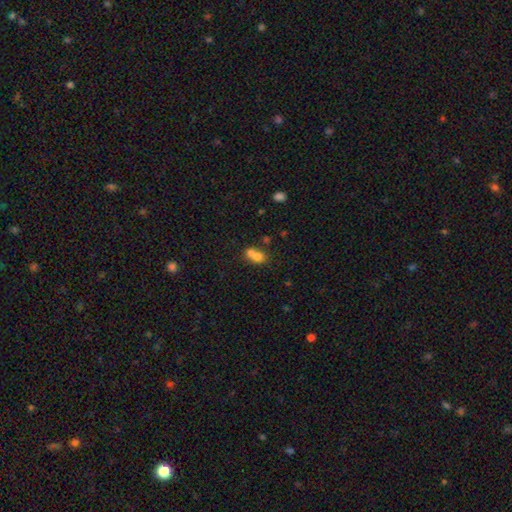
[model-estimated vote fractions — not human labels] Overall: smooth (69%). How rounded: round (61%; in between 38%). Merging: merger (67%).